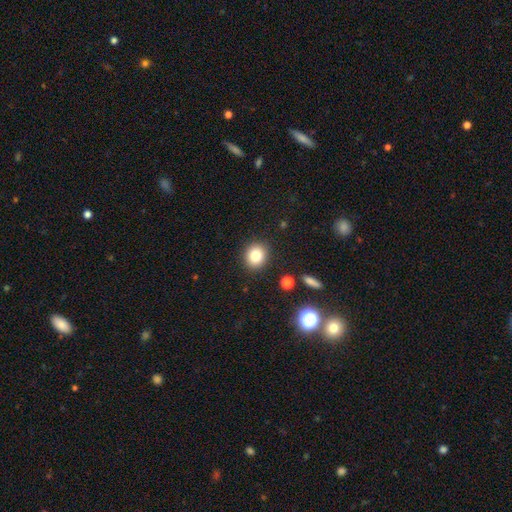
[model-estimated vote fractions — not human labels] Morphology: type=smooth (81%); roundness=round (74%); merging=none (89%).